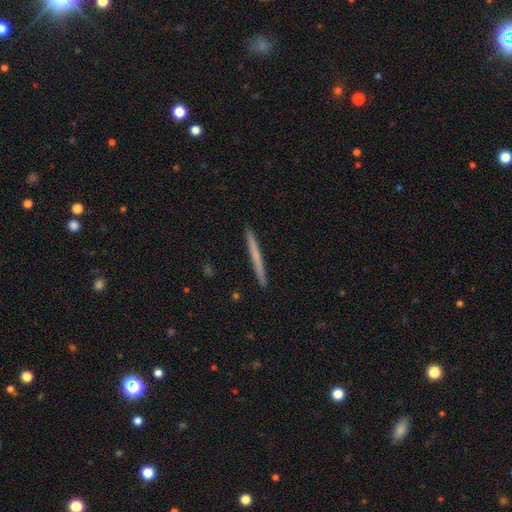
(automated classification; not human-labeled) Smooth or featured?
  - smooth: 54% *
  - featured or disk: 40%
  - star or artifact: 5%
How rounded?
  - cigar-shaped: 97% *
  - in between: 1%
  - round: 1%
Merging?
  - none: 93% *
  - minor disturbance: 5%
  - major disturbance: 1%
  - merger: 1%